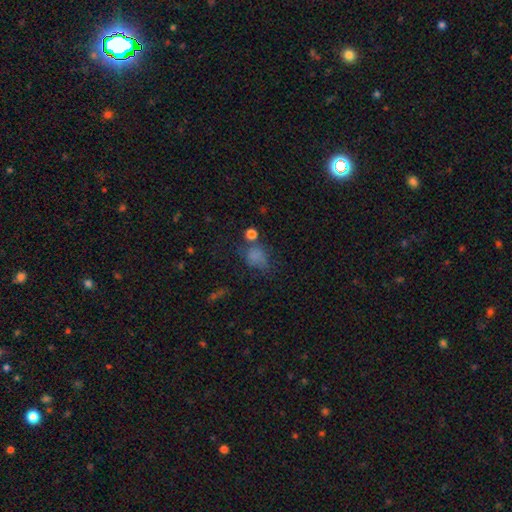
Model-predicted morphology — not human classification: smooth_or_featured: smooth (p=0.70) [alt: star or artifact p=0.18]
how_rounded: round (p=0.52) [alt: in between p=0.46]
merging: none (p=0.44) [alt: minor disturbance p=0.24]